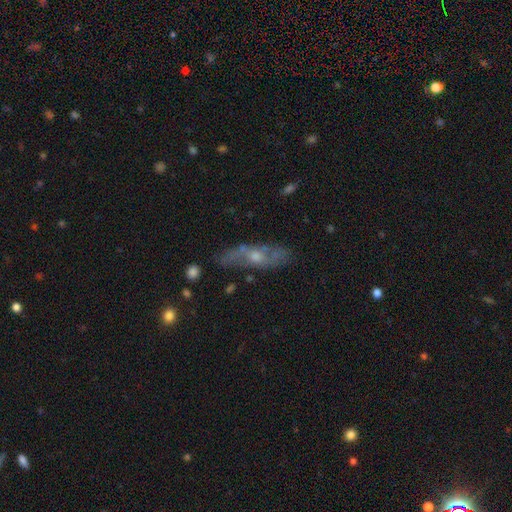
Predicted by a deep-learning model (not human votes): Morphology: type=featured or disk (60%); edge-on=no (62%); merging=none (68%).